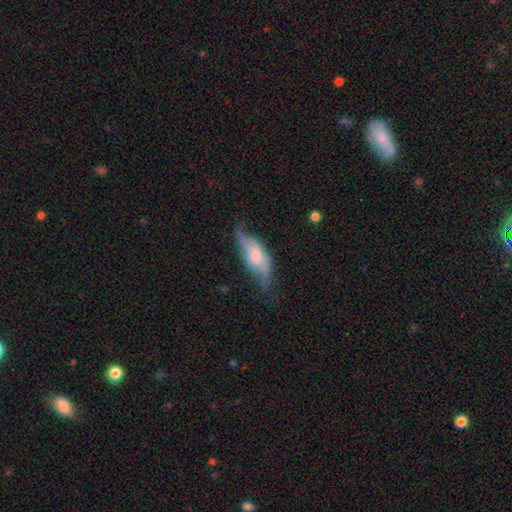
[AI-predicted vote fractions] smooth-or-featured: featured or disk: 53% | smooth: 40% | star or artifact: 7%
  disk-edge-on: no: 69% | yes: 31%
  merging: none: 49% | minor disturbance: 33% | major disturbance: 16% | merger: 2%